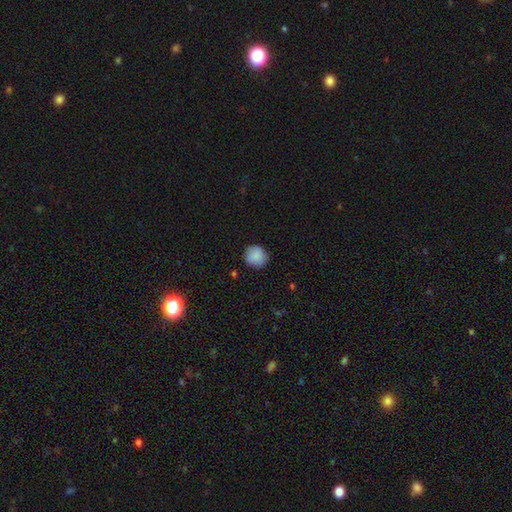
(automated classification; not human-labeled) smooth-or-featured: smooth: 88% | star or artifact: 8% | featured or disk: 4%
  how-rounded: round: 91% | in between: 8% | cigar-shaped: 1%
  merging: none: 87% | minor disturbance: 10% | major disturbance: 2% | merger: 1%